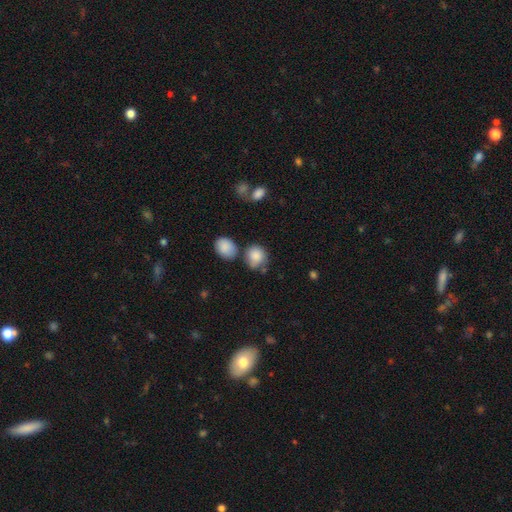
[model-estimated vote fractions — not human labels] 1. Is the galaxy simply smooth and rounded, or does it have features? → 85% smooth, 8% star or artifact, 7% featured or disk.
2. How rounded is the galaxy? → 67% round, 32% in between, 1% cigar-shaped.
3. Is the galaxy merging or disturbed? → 54% none, 22% minor disturbance, 16% merger, 8% major disturbance.